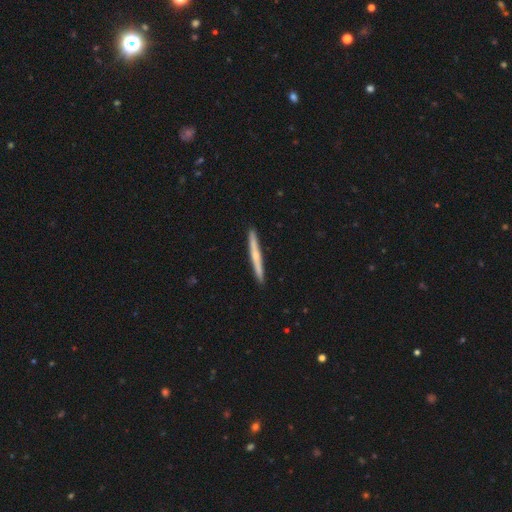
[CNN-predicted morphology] Smooth or featured?
  - featured or disk: 58% *
  - smooth: 36%
  - star or artifact: 5%
Edge-on disk?
  - yes: 97% *
  - no: 3%
Edge-on bulge?
  - rounded: 66% *
  - none: 30%
  - boxy: 4%
Merging?
  - none: 92% *
  - minor disturbance: 6%
  - major disturbance: 1%
  - merger: 1%